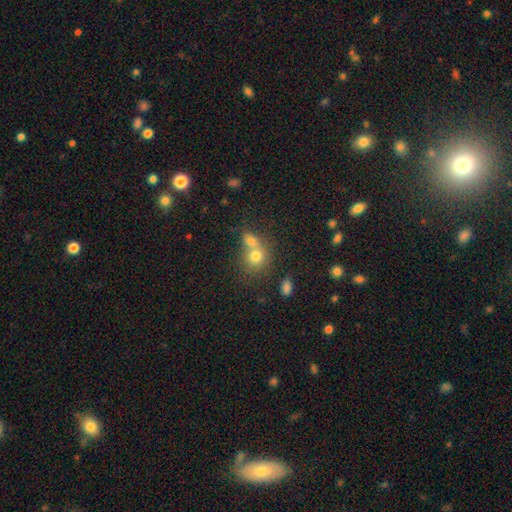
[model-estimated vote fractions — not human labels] Morphology: type=smooth (73%); roundness=round (72%); merging=merger (60%).